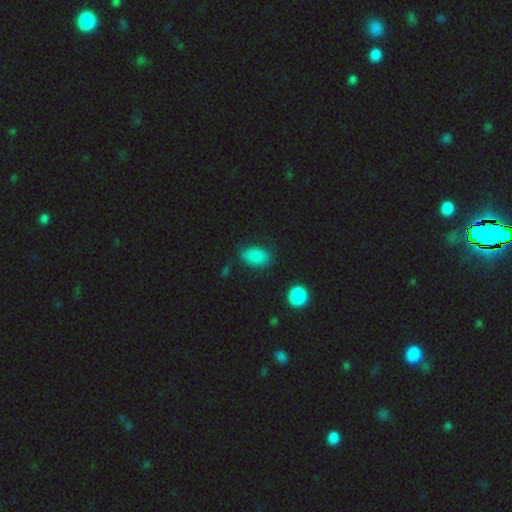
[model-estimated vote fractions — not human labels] Q: Smooth or featured?
A: smooth (81%); runner-up: featured or disk (9%)
Q: How rounded?
A: in between (86%); runner-up: round (12%)
Q: Merging?
A: none (72%); runner-up: minor disturbance (21%)